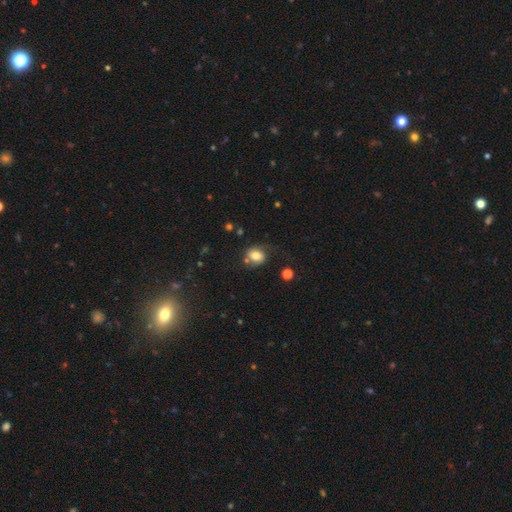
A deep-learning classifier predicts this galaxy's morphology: This appears to be a smooth galaxy with no disk features (75%) that is round (60%). Merging: none (55%).